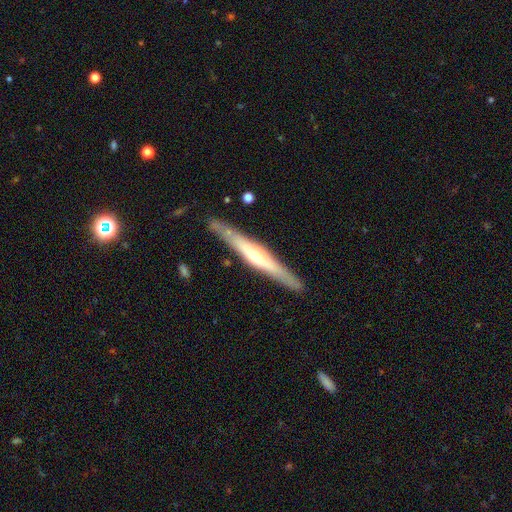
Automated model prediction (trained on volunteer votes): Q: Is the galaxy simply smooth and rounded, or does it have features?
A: featured or disk — 63%.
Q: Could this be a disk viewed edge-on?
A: yes — 95%.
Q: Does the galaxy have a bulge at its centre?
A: rounded — 72%.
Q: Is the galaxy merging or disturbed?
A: none — 87%.